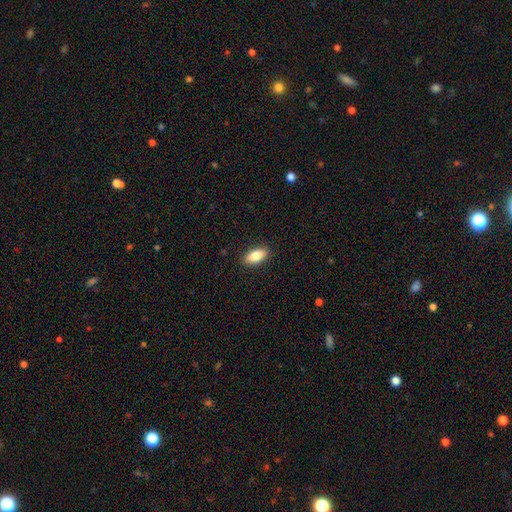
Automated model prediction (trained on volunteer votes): This appears to be a smooth galaxy with no disk features (83%) that is in between round and cigar-shaped (89%). Merging: none (90%).